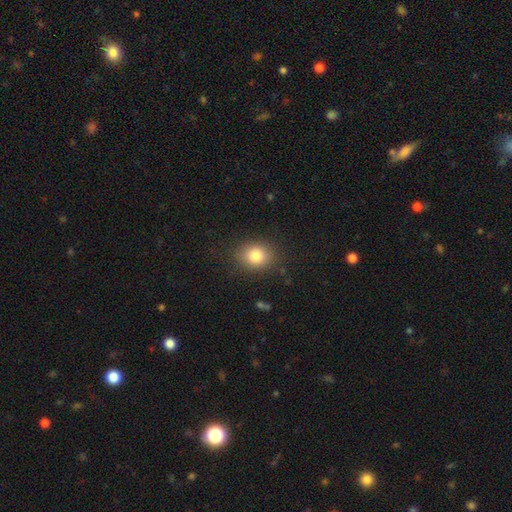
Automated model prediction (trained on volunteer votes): smooth 82%, star or artifact 10%, featured or disk 7%. Down the decision tree: how rounded — round (57%); merging — none (85%).